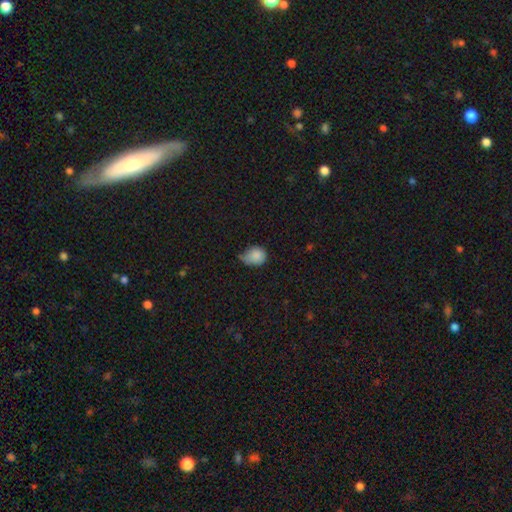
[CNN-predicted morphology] Overall: smooth (85%). How rounded: round (54%; in between 45%). Merging: minor disturbance (47%; none 37%).